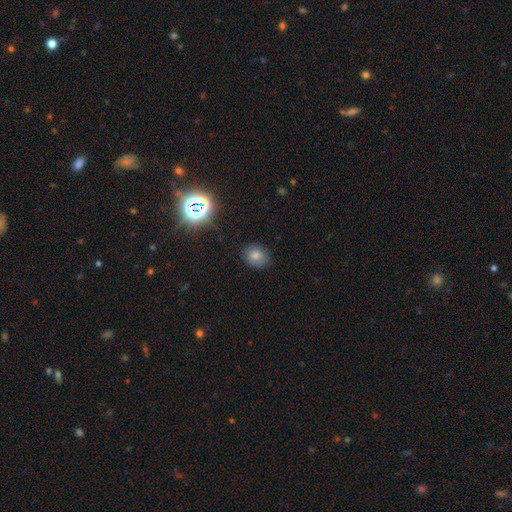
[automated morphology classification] type=smooth (77%); roundness=round (67%); merging=none (86%).